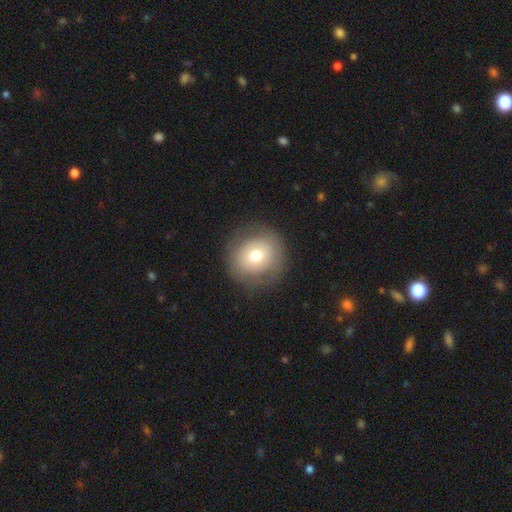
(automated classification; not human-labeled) smooth 66%, featured or disk 25%, star or artifact 10%. Down the decision tree: how rounded — round (88%); merging — none (81%).